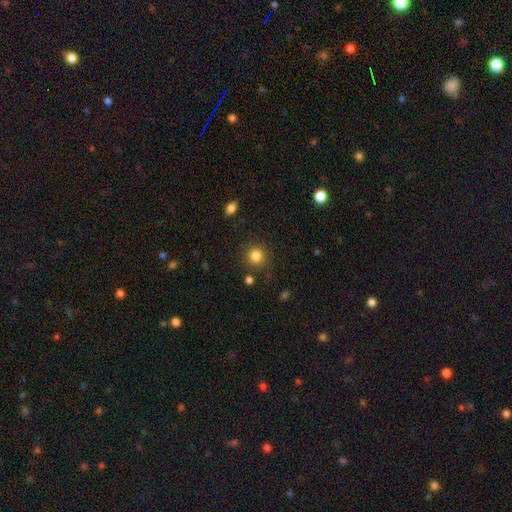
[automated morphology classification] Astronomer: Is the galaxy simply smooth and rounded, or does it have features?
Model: smooth — 83%.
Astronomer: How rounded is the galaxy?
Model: round — 90%.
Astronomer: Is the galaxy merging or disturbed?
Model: none — 86%.